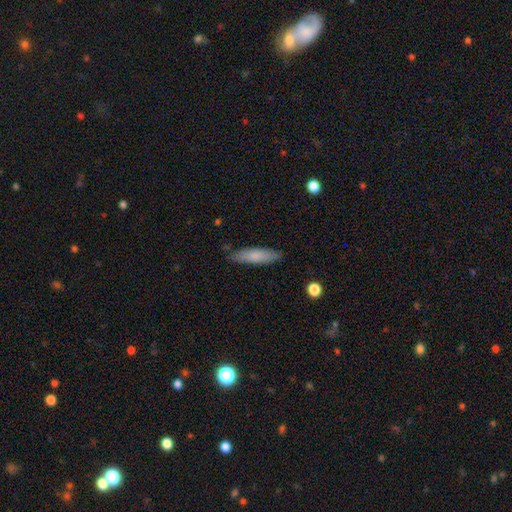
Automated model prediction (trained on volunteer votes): Morphology: type=smooth (78%); roundness=cigar-shaped (66%); merging=none (85%).